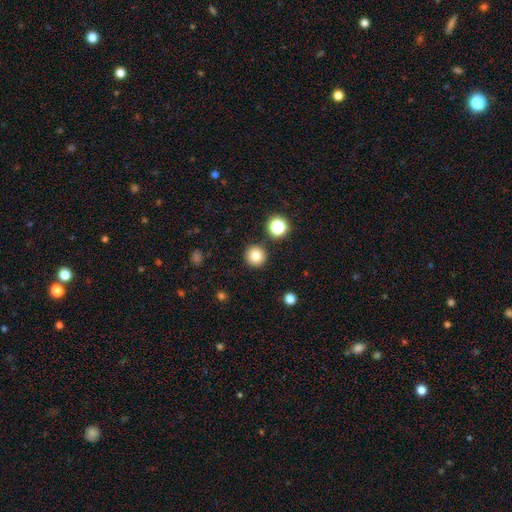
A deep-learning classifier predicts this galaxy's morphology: type=smooth (81%); roundness=round (96%); merging=none (90%).